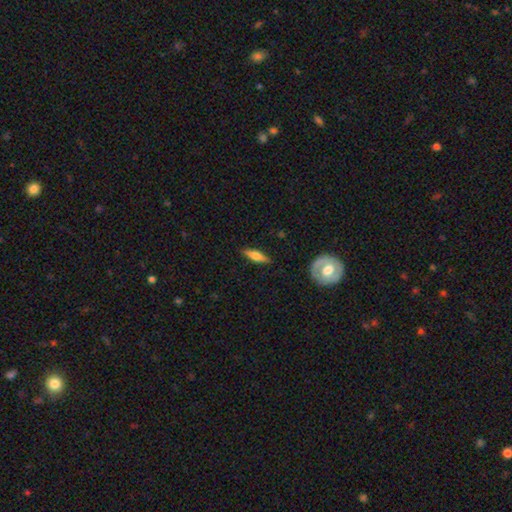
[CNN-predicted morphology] Smooth or featured: smooth — 53% (featured or disk — 41%)
How rounded: cigar-shaped — 60% (in between — 38%)
Merging: none — 87% (minor disturbance — 9%)